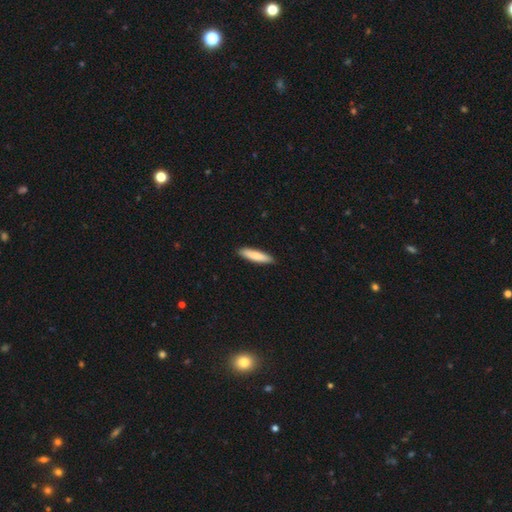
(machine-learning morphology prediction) Smooth or featured? Predicted: smooth (p=0.83). How rounded? Predicted: cigar-shaped (p=0.80). Merging? Predicted: none (p=0.90).